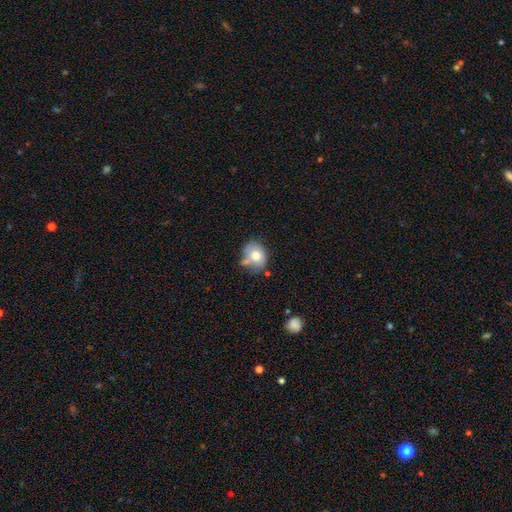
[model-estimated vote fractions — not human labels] smooth-or-featured: smooth: 73% | featured or disk: 18% | star or artifact: 9%
  how-rounded: in between: 51% | round: 48% | cigar-shaped: 1%
  merging: none: 47% | minor disturbance: 27% | merger: 17% | major disturbance: 9%